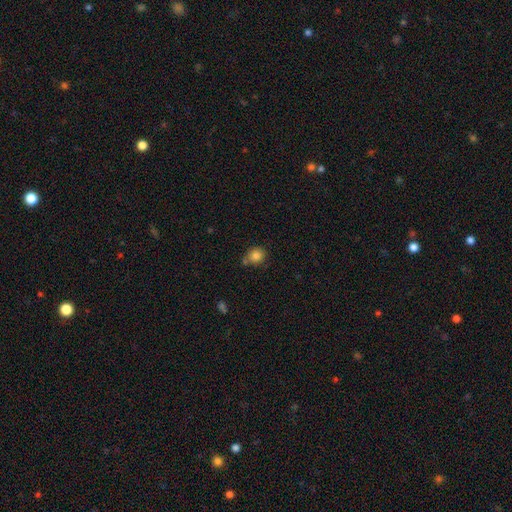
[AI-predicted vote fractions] smooth-or-featured: smooth: 84% | star or artifact: 10% | featured or disk: 6%
  how-rounded: round: 80% | in between: 19% | cigar-shaped: 1%
  merging: none: 67% | minor disturbance: 16% | merger: 13% | major disturbance: 4%